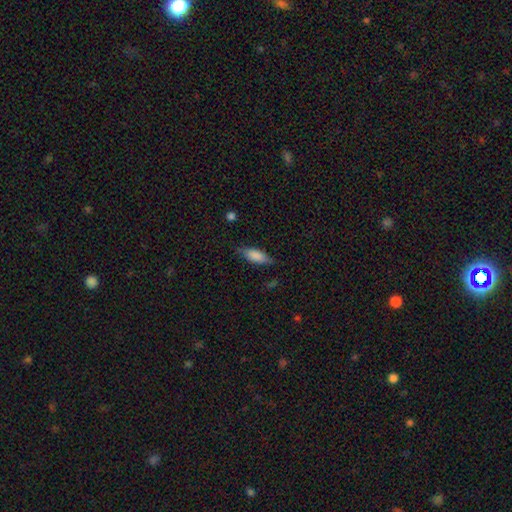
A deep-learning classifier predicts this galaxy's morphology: Smooth or featured? smooth (82%)
How rounded? in between (71%)
Merging? none (75%)